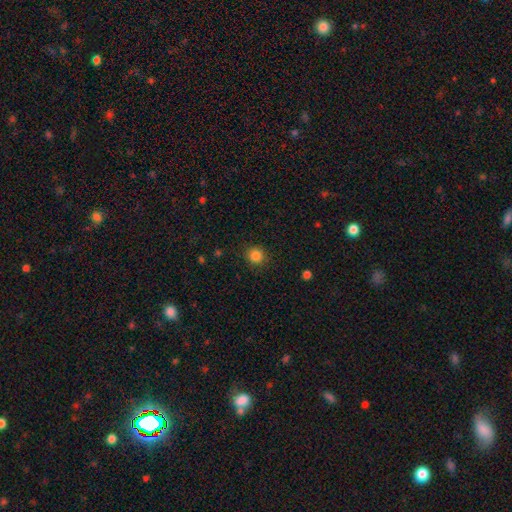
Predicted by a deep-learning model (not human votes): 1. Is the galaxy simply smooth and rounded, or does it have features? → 84% smooth, 12% star or artifact, 4% featured or disk.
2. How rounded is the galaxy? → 92% round, 7% in between, 1% cigar-shaped.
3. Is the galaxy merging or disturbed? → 90% none, 7% minor disturbance, 2% major disturbance, 1% merger.